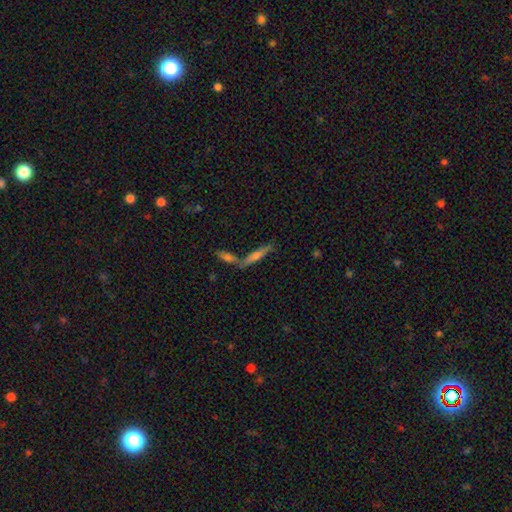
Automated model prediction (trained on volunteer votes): Morphology: type=featured or disk (56%); edge-on=yes (90%); edge-on bulge=rounded (76%); merging=none (54%).